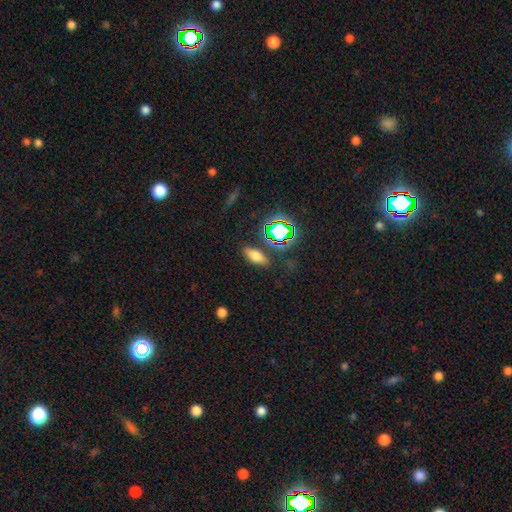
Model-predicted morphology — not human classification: Q: Smooth or featured?
A: smooth (65%); runner-up: star or artifact (20%)
Q: How rounded?
A: in between (74%); runner-up: cigar-shaped (19%)
Q: Merging?
A: none (81%); runner-up: minor disturbance (12%)